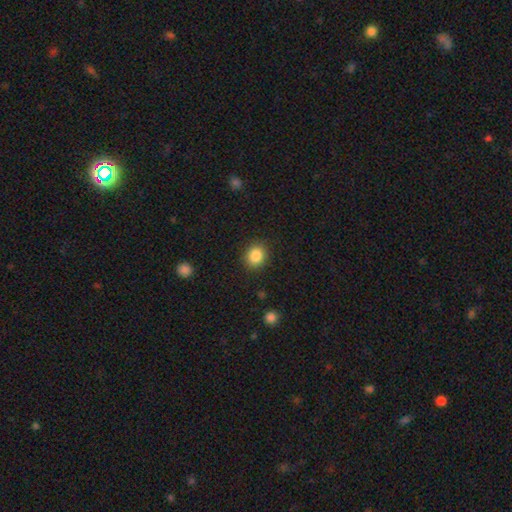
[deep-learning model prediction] The model was most divided on "how rounded": round: 72%, in between: 27%, cigar-shaped: 1%. More confident: merging — none (88%); smooth or featured — smooth (86%).